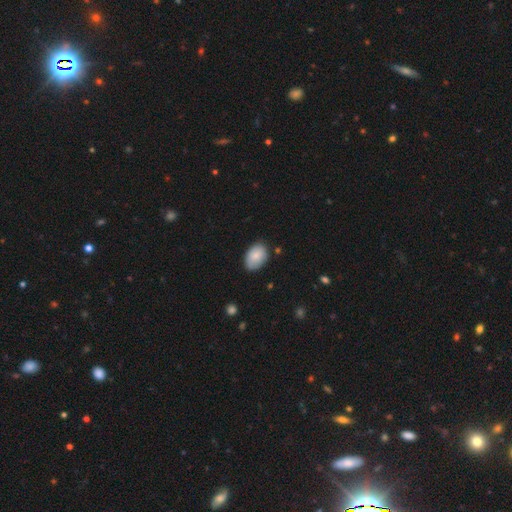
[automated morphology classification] A smooth galaxy with no disk features (82%) that is in between round and cigar-shaped (86%).

Vote fractions:
- Smooth or featured? smooth: 82% / featured or disk: 11% / star or artifact: 7%
- How rounded? in between: 86% / round: 13% / cigar-shaped: 1%
- Merging? none: 76% / minor disturbance: 19% / major disturbance: 3% / merger: 2%